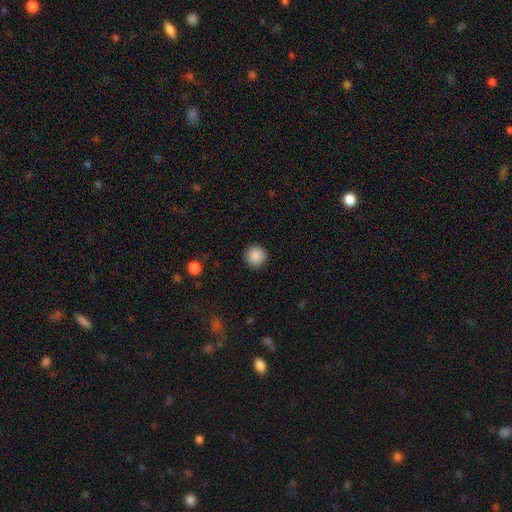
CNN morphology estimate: Smooth or featured: smooth — 88% (star or artifact — 9%)
How rounded: round — 95% (in between — 4%)
Merging: none — 92% (minor disturbance — 5%)